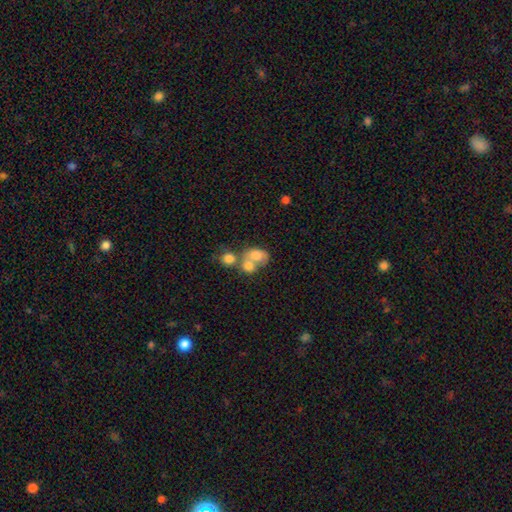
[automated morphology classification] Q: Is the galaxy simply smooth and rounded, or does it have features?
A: smooth — 70%.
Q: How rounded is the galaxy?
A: in between — 57%.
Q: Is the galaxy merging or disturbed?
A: merger — 62%.